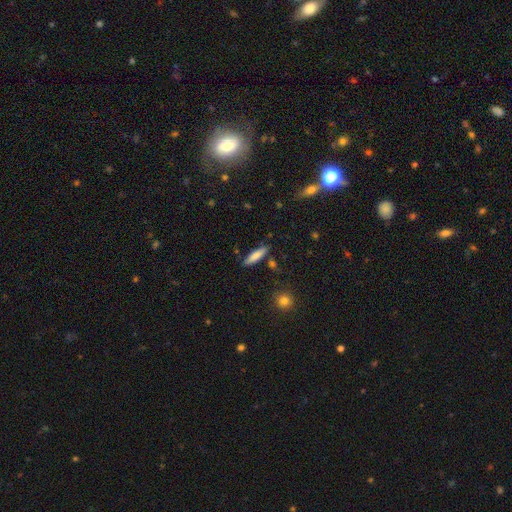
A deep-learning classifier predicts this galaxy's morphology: Smooth or featured? Predicted: smooth (p=0.81). How rounded? Predicted: cigar-shaped (p=0.73). Merging? Predicted: none (p=0.84).